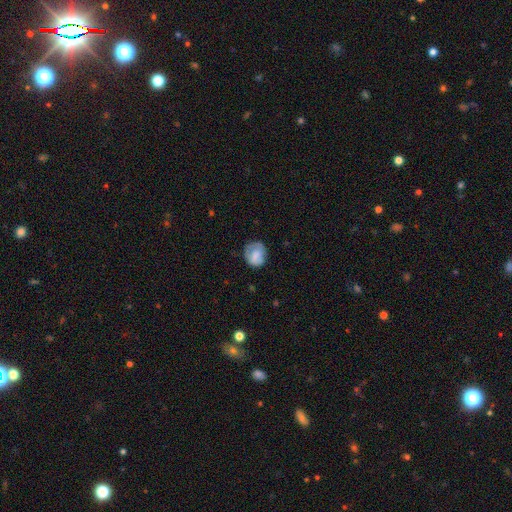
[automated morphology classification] Smooth or featured? smooth (69%)
How rounded? round (65%)
Merging? none (58%)